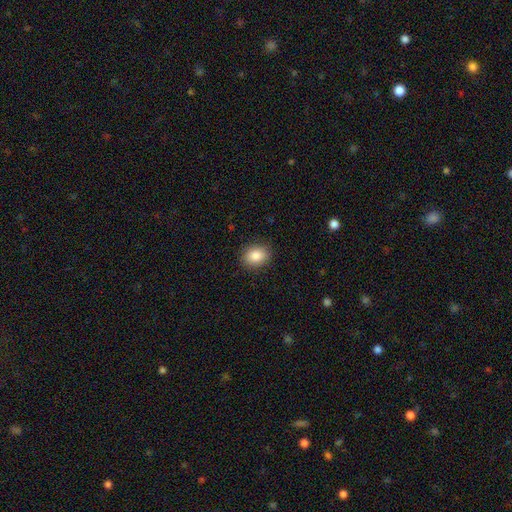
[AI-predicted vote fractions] This appears to be a smooth galaxy with no disk features (86%) that is in between round and cigar-shaped (54%). Merging: none (89%).